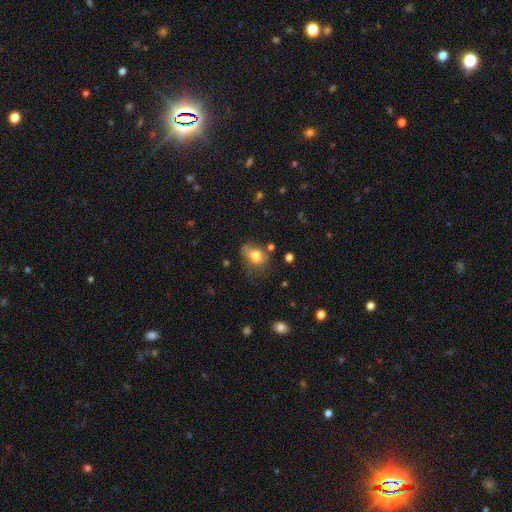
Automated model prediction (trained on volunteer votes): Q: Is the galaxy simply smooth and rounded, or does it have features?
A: smooth — 73%.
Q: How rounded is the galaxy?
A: in between — 76%.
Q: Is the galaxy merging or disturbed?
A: none — 44%.